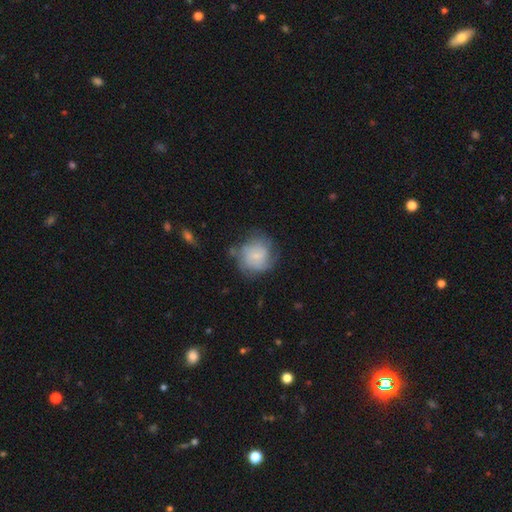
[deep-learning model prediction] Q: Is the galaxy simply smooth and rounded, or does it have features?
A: smooth — 52%.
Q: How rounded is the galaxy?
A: round — 83%.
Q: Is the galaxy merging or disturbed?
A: none — 55%.